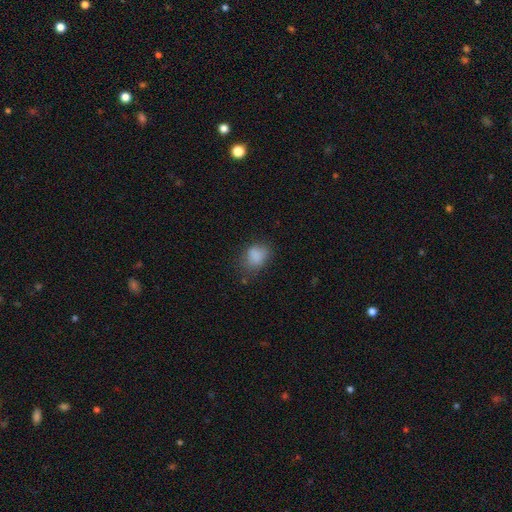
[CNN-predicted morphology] This is clearly a smooth galaxy (82%). How rounded: likely in between (62%). Merging: likely none (61%).